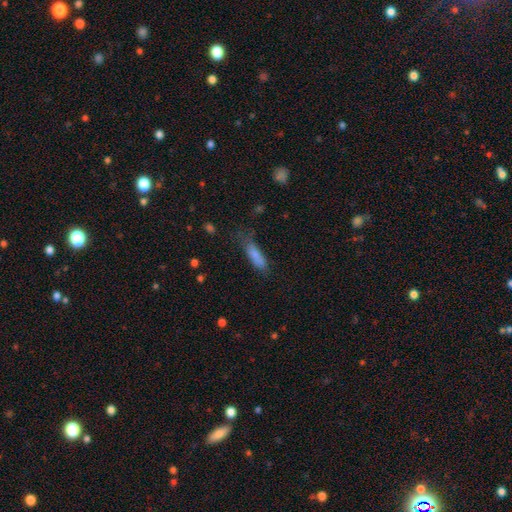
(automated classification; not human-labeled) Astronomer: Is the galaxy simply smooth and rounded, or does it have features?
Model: smooth — 81%.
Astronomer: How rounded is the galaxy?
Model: in between — 51% (runner-up: cigar-shaped, 47%).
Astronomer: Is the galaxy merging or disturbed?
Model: none — 49% (runner-up: minor disturbance, 33%).